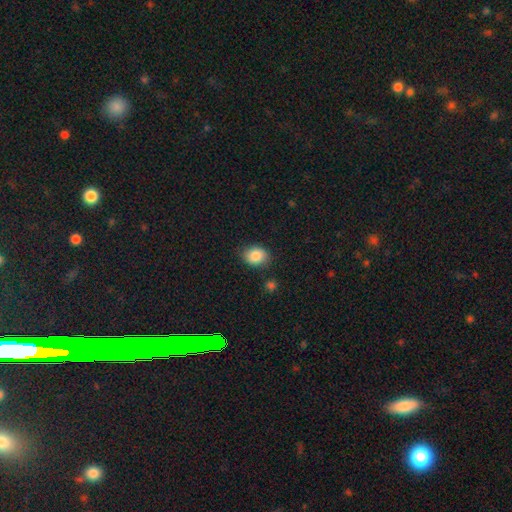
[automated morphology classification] This is clearly a smooth galaxy (86%). How rounded: possibly in between (50%). Merging: clearly none (82%).